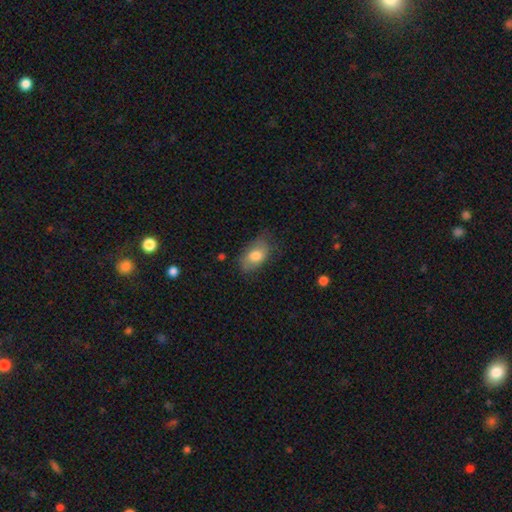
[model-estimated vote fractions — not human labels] Smooth or featured? smooth (74%)
How rounded? in between (90%)
Merging? none (63%)